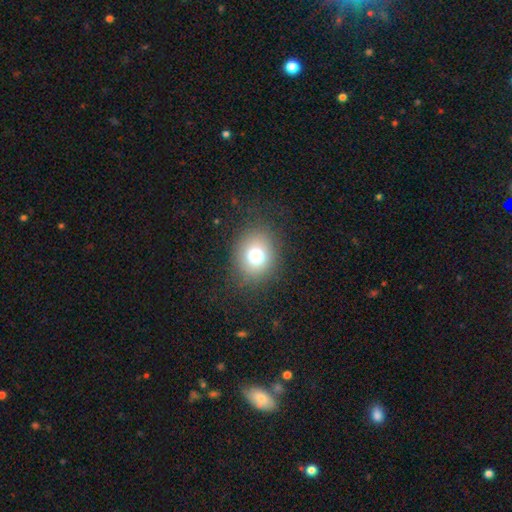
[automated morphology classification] type=smooth (73%); roundness=round (70%); merging=none (84%).